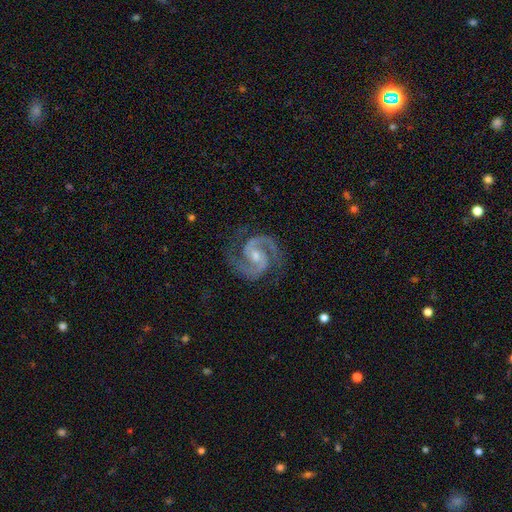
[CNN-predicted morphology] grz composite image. It shows a featured or disk galaxy (94%) with no bar (44%), 2 (94%) medium (63%) spiral arms (99%) and a small central bulge (53%). Merging: none (83%).